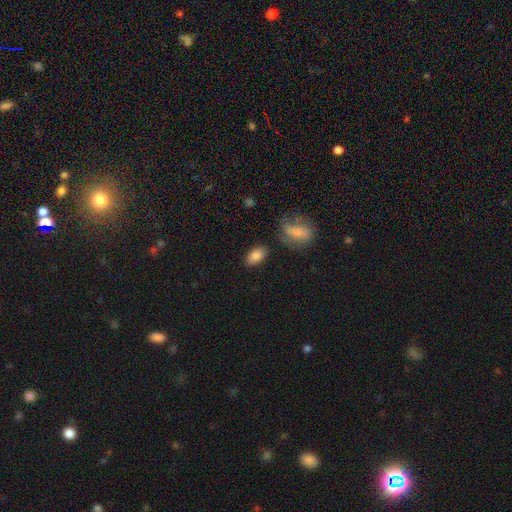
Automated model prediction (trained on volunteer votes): This is clearly a smooth galaxy (87%). How rounded: clearly in between (92%). Merging: clearly none (83%).